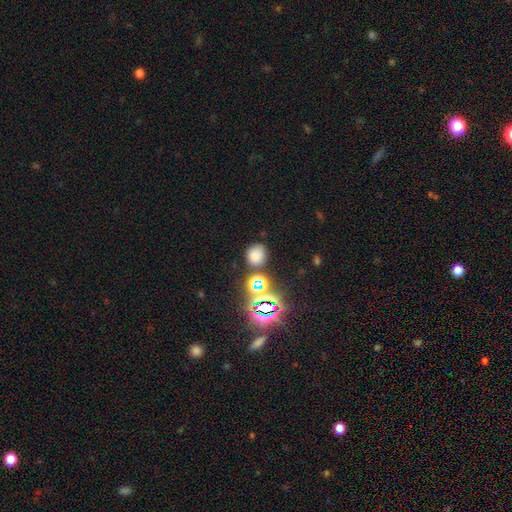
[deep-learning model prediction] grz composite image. It shows a smooth galaxy with no disk features (70%) that is round (73%). Merging: none (77%).